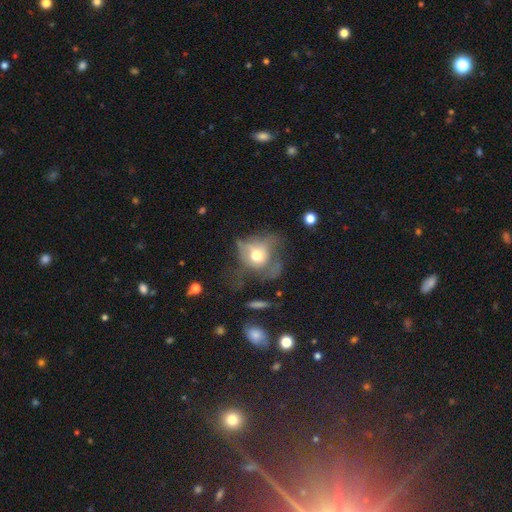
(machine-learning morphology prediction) A smooth galaxy with no disk features (52%) that is round (64%).

Vote fractions:
- Smooth or featured? smooth: 52% / featured or disk: 37% / star or artifact: 11%
- How rounded? round: 64% / in between: 34% / cigar-shaped: 2%
- Merging? major disturbance: 50% / none: 23% / minor disturbance: 22% / merger: 5%